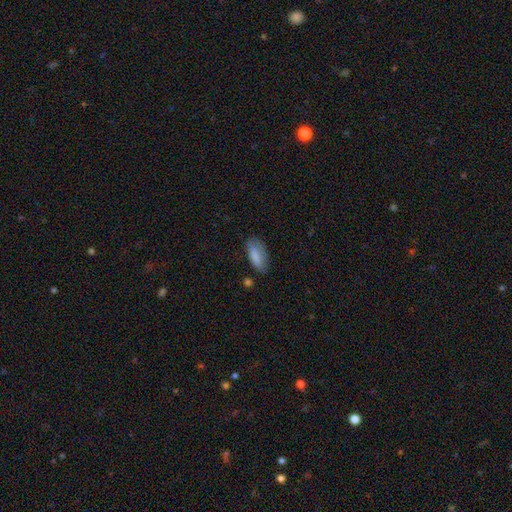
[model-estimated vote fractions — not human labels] Q: Smooth or featured?
A: smooth (83%); runner-up: featured or disk (10%)
Q: How rounded?
A: in between (84%); runner-up: cigar-shaped (14%)
Q: Merging?
A: none (67%); runner-up: minor disturbance (24%)